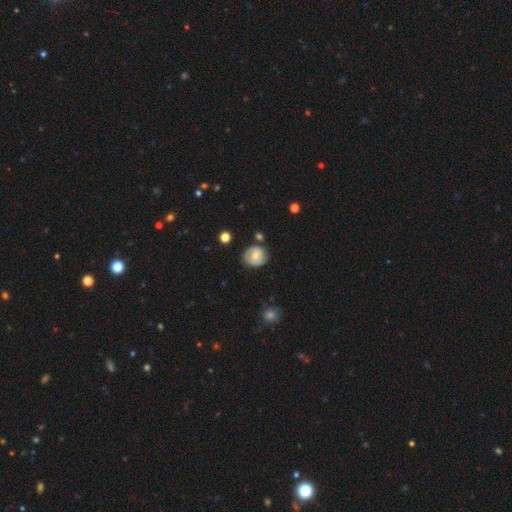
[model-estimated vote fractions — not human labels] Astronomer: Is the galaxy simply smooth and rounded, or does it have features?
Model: smooth — 56% (runner-up: featured or disk, 36%).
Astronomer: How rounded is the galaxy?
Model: round — 89%.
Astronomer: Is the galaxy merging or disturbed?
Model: none — 75%.